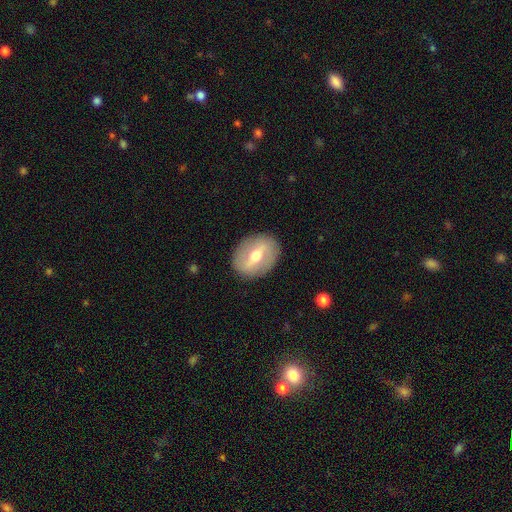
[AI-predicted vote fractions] This is possibly a featured or disk galaxy (60%). It is clearly not viewed edge-on (86%). Bar: possibly strong (54%). Spiral arm pattern: likely no (74%). Central bulge: likely moderate (74%). Merging: clearly none (87%).